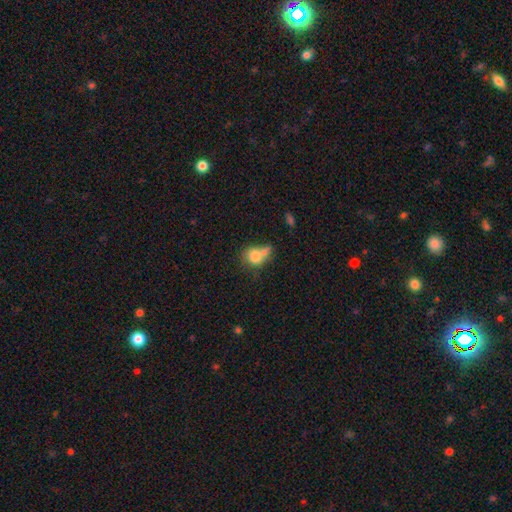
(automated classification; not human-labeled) Morphology: type=smooth (77%); roundness=round (65%); merging=merger (44%).